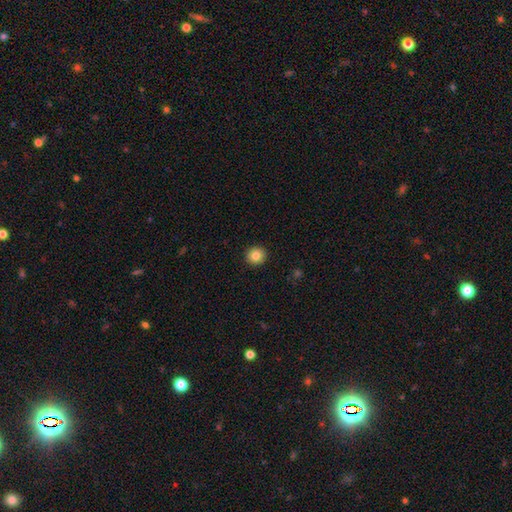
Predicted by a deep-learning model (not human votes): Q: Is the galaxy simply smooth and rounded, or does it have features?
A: smooth — 83%.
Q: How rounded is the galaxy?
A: round — 91%.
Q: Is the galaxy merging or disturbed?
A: none — 93%.